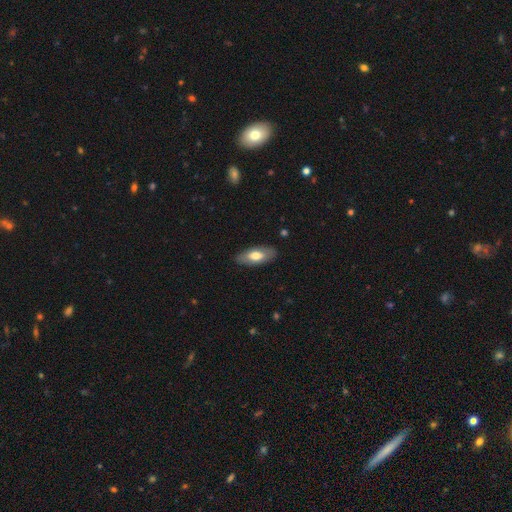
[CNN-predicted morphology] The model was most divided on "smooth or featured": smooth: 64%, featured or disk: 30%, star or artifact: 6%. More confident: merging — none (85%); how rounded — in between (84%).